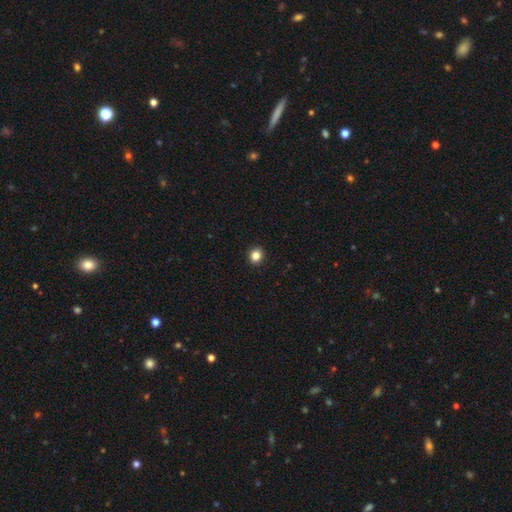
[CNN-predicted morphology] type=smooth (84%); roundness=round (80%); merging=none (93%).